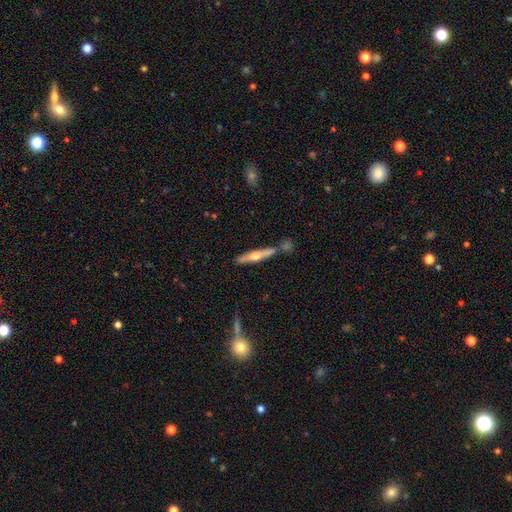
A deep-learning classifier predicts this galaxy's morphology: Q: Smooth or featured?
A: featured or disk (53%); runner-up: smooth (41%)
Q: Edge-on disk?
A: yes (94%); runner-up: no (6%)
Q: Merging?
A: none (76%); runner-up: minor disturbance (11%)